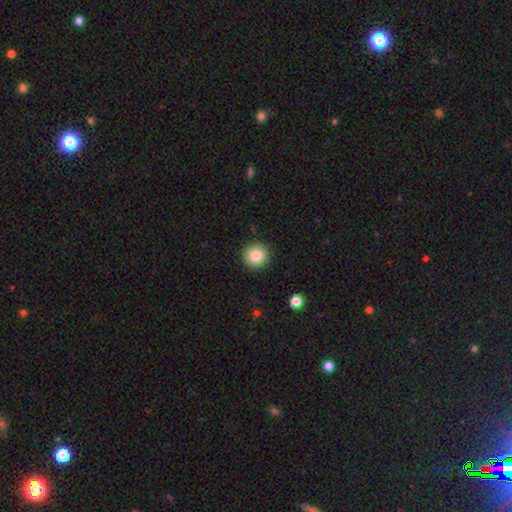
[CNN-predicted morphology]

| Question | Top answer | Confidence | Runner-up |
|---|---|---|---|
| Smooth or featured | smooth | 85% | star or artifact (9%) |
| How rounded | round | 94% | in between (5%) |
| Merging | none | 91% | minor disturbance (6%) |